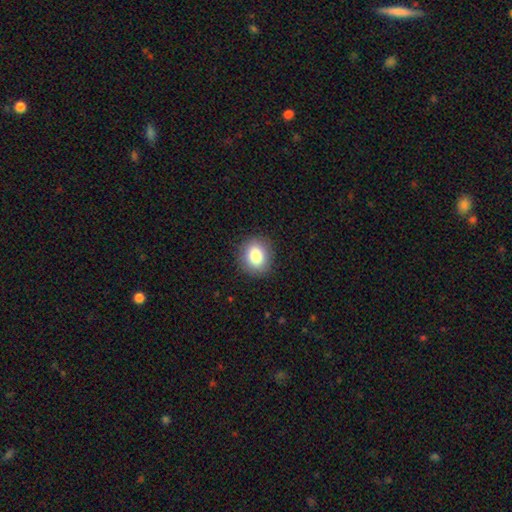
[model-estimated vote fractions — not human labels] smooth 83%, star or artifact 10%, featured or disk 8%. Down the decision tree: how rounded — round (69%); merging — none (89%).